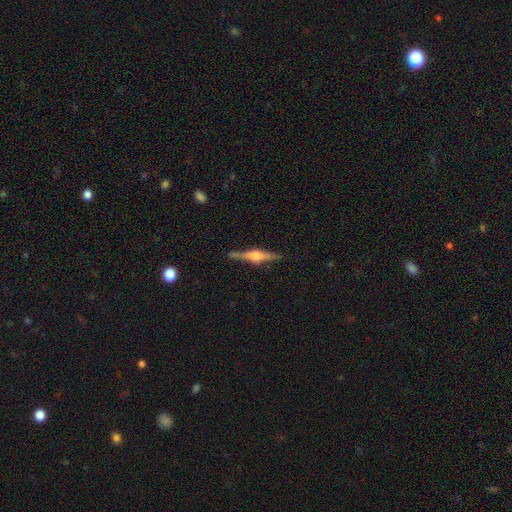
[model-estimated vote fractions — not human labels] Smooth or featured: featured or disk — 83% (smooth — 12%)
Edge-on disk: yes — 98% (no — 2%)
Edge-on bulge: rounded — 91% (boxy — 7%)
Merging: none — 89% (minor disturbance — 8%)